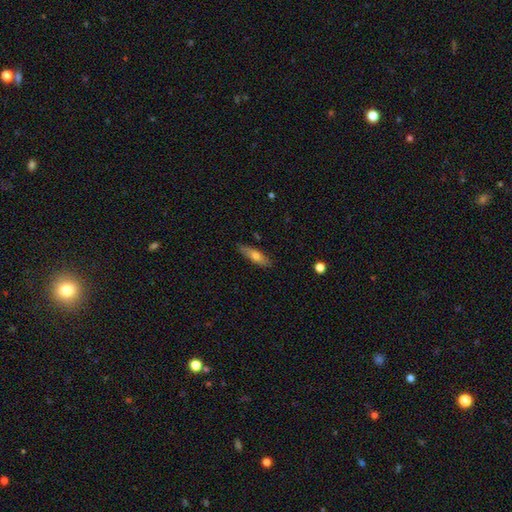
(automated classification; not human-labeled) Morphology: type=smooth (62%); roundness=cigar-shaped (53%); merging=none (85%).